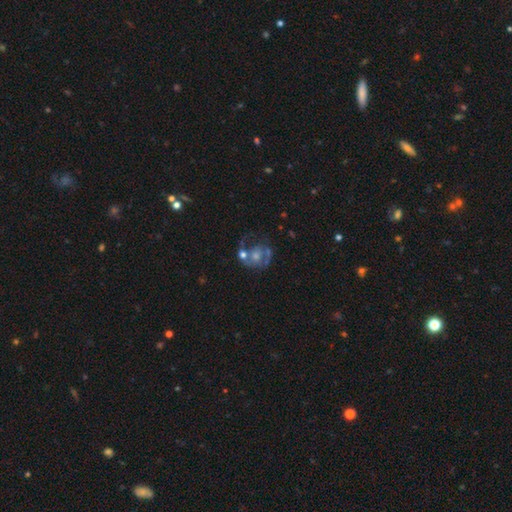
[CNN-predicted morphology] smooth-or-featured: featured or disk: 66% | smooth: 24% | star or artifact: 10%
  disk-edge-on: no: 98% | yes: 2%
    bar: no: 77% | weak: 19% | strong: 4%
    has-spiral-arms: yes: 64% | no: 36%
    bulge-size: moderate: 50% | small: 28% | none: 11% | large: 9% | dominant: 2%
  merging: none: 32% | merger: 28% | major disturbance: 24% | minor disturbance: 15%